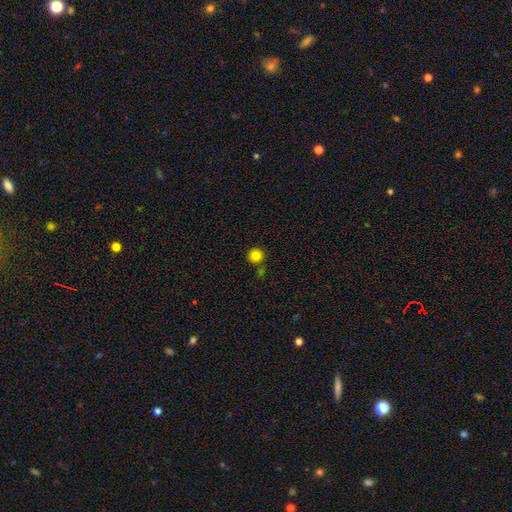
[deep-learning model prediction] This is clearly a smooth galaxy (82%). How rounded: clearly round (95%). Merging: clearly none (83%).